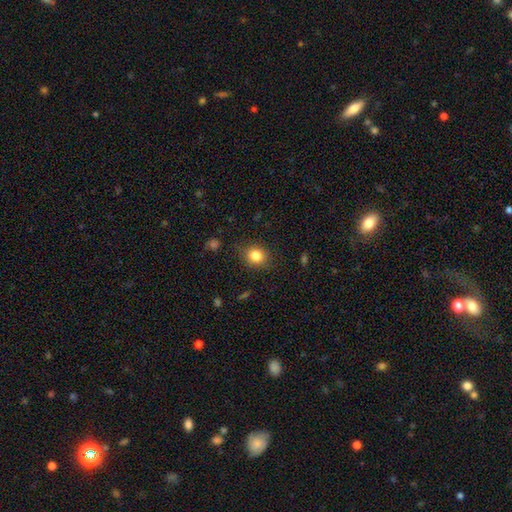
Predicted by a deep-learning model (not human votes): smooth 83%, star or artifact 11%, featured or disk 6%. Down the decision tree: how rounded — round (75%); merging — none (84%).